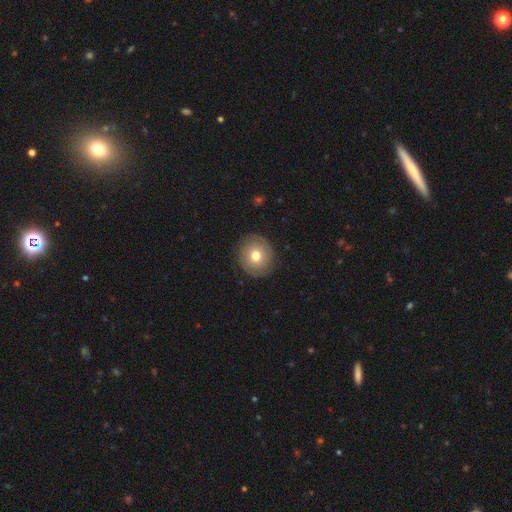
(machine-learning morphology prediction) A smooth galaxy with no disk features (65%) that is round (87%).

Vote fractions:
- Smooth or featured? smooth: 65% / featured or disk: 26% / star or artifact: 9%
- How rounded? round: 87% / in between: 12% / cigar-shaped: 1%
- Merging? none: 87% / minor disturbance: 9% / major disturbance: 3% / merger: 1%